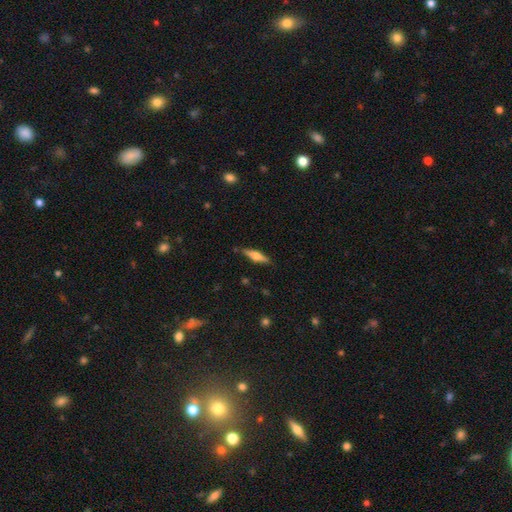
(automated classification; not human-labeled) This appears to be a featured or disk galaxy (54%) viewed edge-on (96%) with a rounded central bulge (85%). Merging: none (85%).